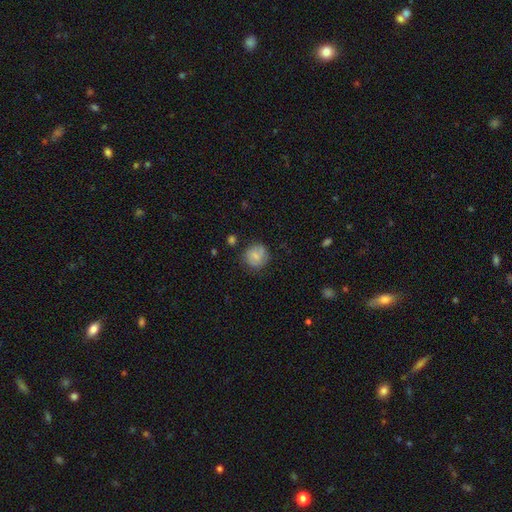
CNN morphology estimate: type=smooth (71%); roundness=round (86%); merging=none (73%).